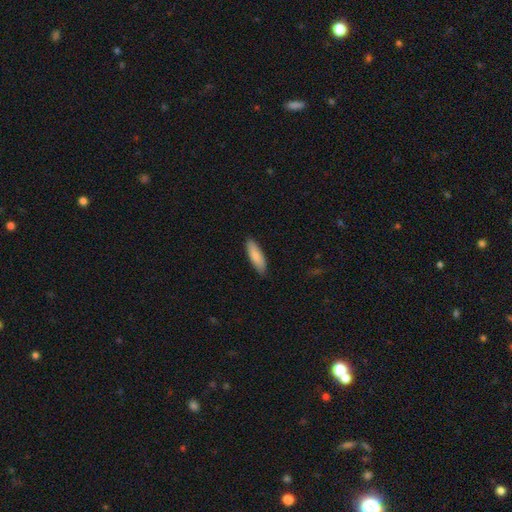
This appears to be a smooth galaxy with no disk features (94%) that is in between round and cigar-shaped (53%). Merging: none (81%).